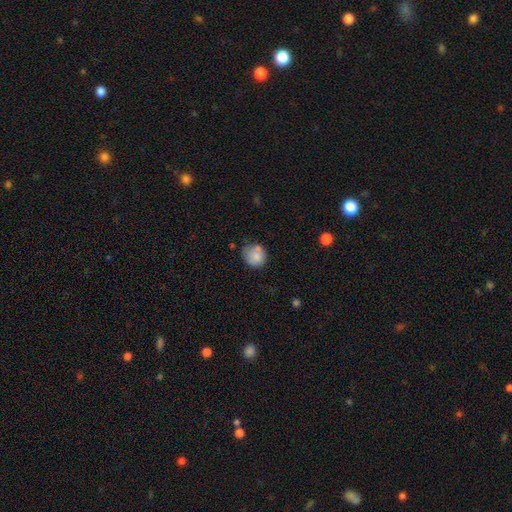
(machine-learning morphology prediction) type=smooth (77%); roundness=round (84%); merging=none (58%).